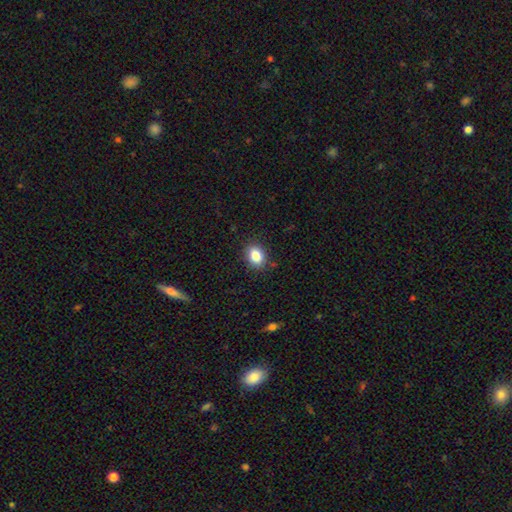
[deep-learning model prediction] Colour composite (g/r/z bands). It shows a smooth galaxy with no disk features (85%) that is in between round and cigar-shaped (60%). Merging: none (87%).